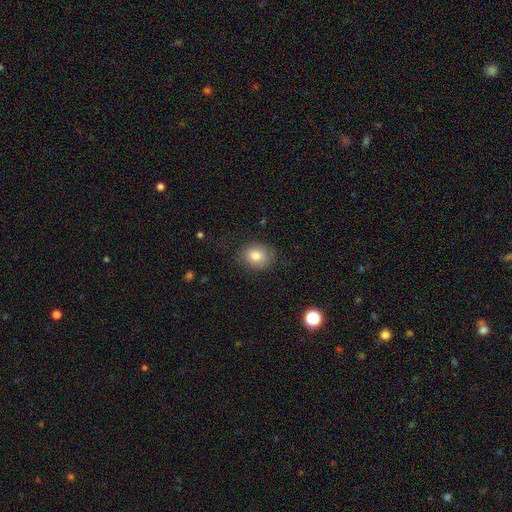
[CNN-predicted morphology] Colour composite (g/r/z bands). It shows a smooth galaxy with no disk features (80%) that is round (50%). Merging: none (79%).